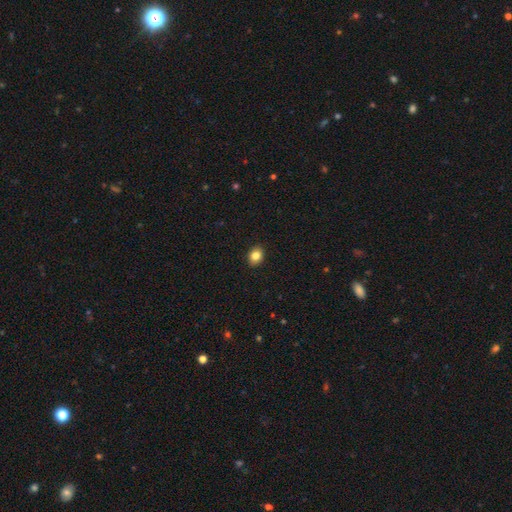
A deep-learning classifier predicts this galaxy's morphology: Smooth or featured?
  - smooth: 83% *
  - star or artifact: 10%
  - featured or disk: 7%
How rounded?
  - in between: 53% *
  - round: 46%
  - cigar-shaped: 1%
Merging?
  - none: 91% *
  - minor disturbance: 7%
  - major disturbance: 2%
  - merger: 1%